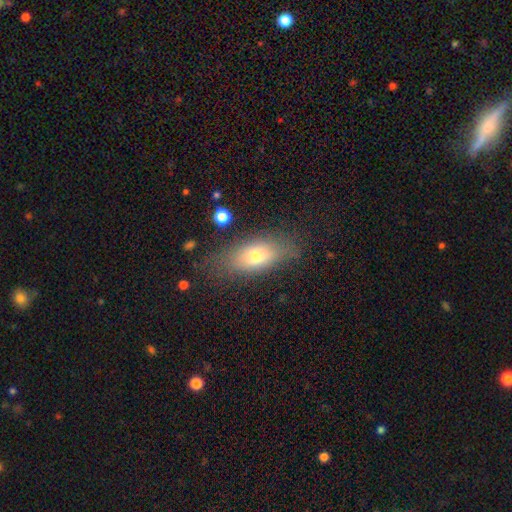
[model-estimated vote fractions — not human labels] Smooth or featured?
  - smooth: 69% *
  - featured or disk: 22%
  - star or artifact: 10%
How rounded?
  - in between: 76% *
  - cigar-shaped: 19%
  - round: 5%
Merging?
  - none: 76% *
  - minor disturbance: 16%
  - major disturbance: 5%
  - merger: 2%